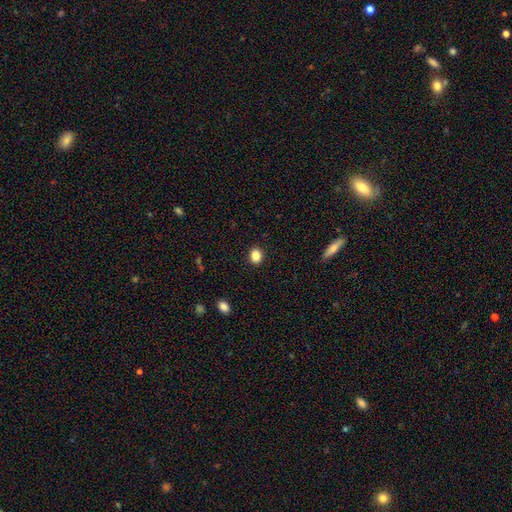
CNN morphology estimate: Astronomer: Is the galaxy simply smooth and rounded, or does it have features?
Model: smooth — 87%.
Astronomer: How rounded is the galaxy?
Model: round — 56% (runner-up: in between, 43%).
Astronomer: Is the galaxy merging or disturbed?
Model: none — 90%.